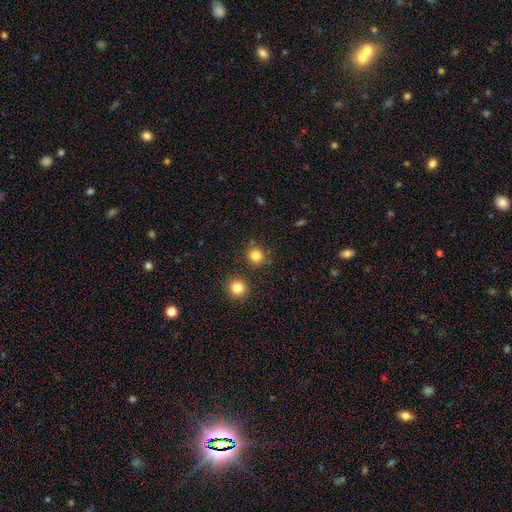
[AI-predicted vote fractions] Smooth or featured: smooth — 83% (star or artifact — 13%)
How rounded: round — 89% (in between — 10%)
Merging: none — 82% (minor disturbance — 9%)